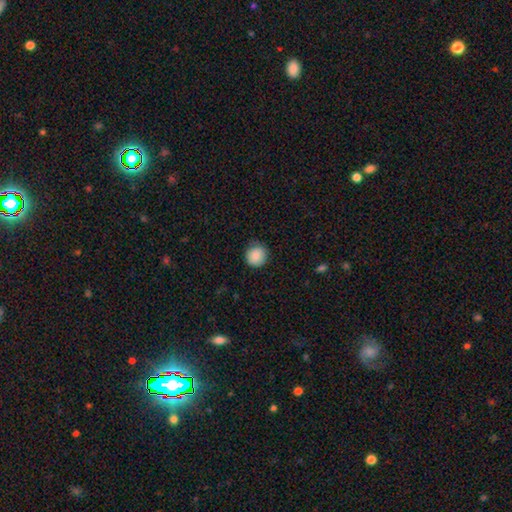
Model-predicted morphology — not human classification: Smooth or featured? smooth (88%)
How rounded? round (93%)
Merging? none (82%)